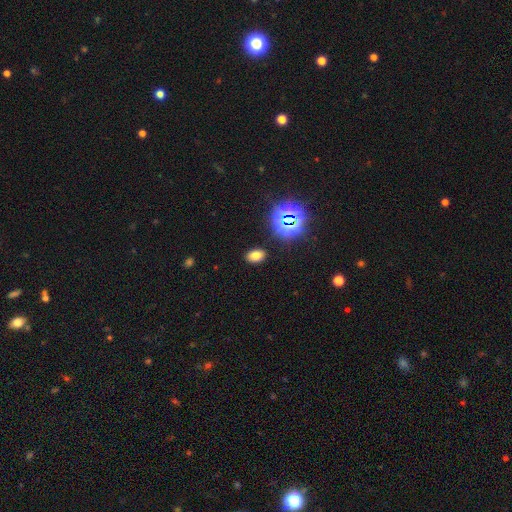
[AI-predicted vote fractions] This appears to be a smooth galaxy with no disk features (70%) that is in between round and cigar-shaped (84%). Merging: none (88%).